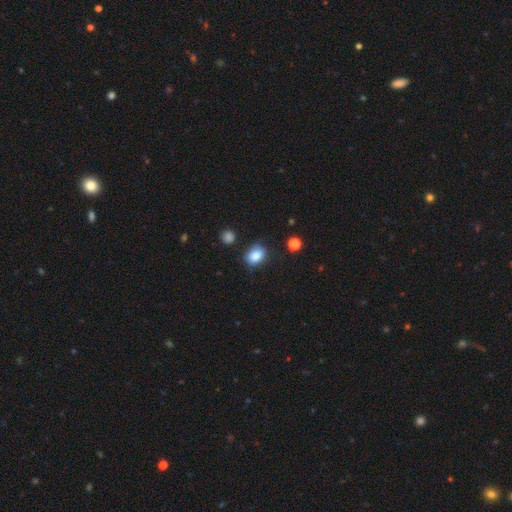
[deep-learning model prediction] A smooth galaxy with no disk features (84%) that is in between round and cigar-shaped (71%).

Vote fractions:
- Smooth or featured? smooth: 84% / star or artifact: 10% / featured or disk: 7%
- How rounded? in between: 71% / round: 28% / cigar-shaped: 1%
- Merging? none: 70% / minor disturbance: 22% / major disturbance: 5% / merger: 3%